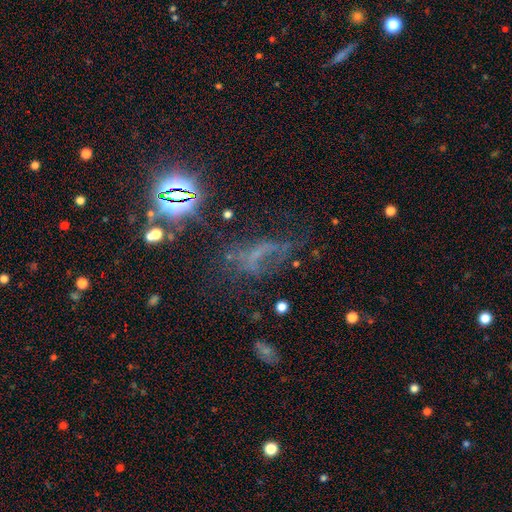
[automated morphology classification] Q: Smooth or featured?
A: star or artifact (43%); runner-up: featured or disk (36%)